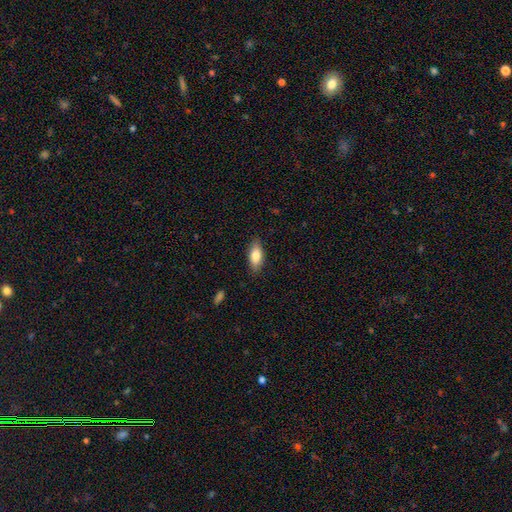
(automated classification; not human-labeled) Smooth or featured? smooth (81%)
How rounded? in between (82%)
Merging? none (86%)